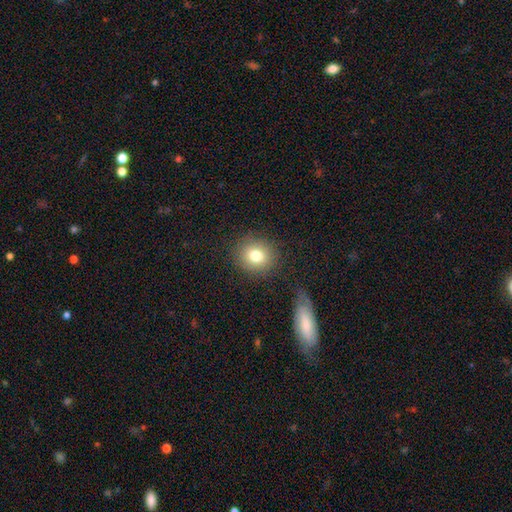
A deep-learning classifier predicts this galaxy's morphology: Overall: smooth (79%). How rounded: round (80%). Merging: none (85%).